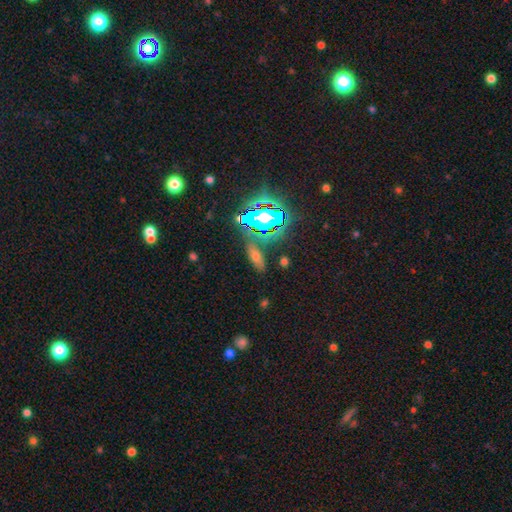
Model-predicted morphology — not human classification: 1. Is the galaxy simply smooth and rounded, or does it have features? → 48% smooth, 31% star or artifact, 21% featured or disk.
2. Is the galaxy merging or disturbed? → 77% none, 13% minor disturbance, 5% merger, 5% major disturbance.